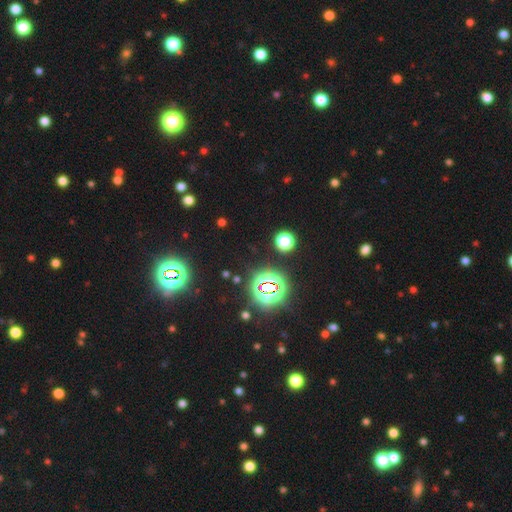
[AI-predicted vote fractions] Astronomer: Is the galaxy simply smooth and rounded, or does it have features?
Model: star or artifact — 81%.